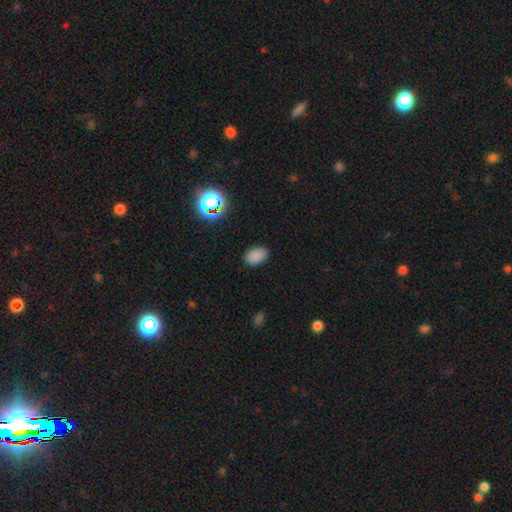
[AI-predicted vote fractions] Smooth or featured: smooth — 83% (star or artifact — 13%)
How rounded: in between — 88% (round — 11%)
Merging: none — 86% (minor disturbance — 10%)